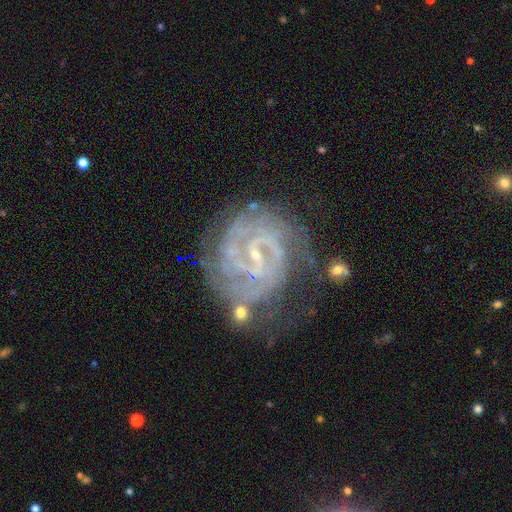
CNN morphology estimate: smooth_or_featured: featured or disk (p=0.88) [alt: star or artifact p=0.07]
disk_edge_on: no (p=0.98) [alt: yes p=0.02]
bar: weak (p=0.51) [alt: strong p=0.25]
has_spiral_arms: yes (p=0.96) [alt: no p=0.04]
spiral_winding: tight (p=0.70) [alt: medium p=0.25]
spiral_arm_count: 2 (p=0.35) [alt: can't tell p=0.25]
bulge_size: small (p=0.78) [alt: moderate p=0.11]
merging: none (p=0.60) [alt: minor disturbance p=0.22]